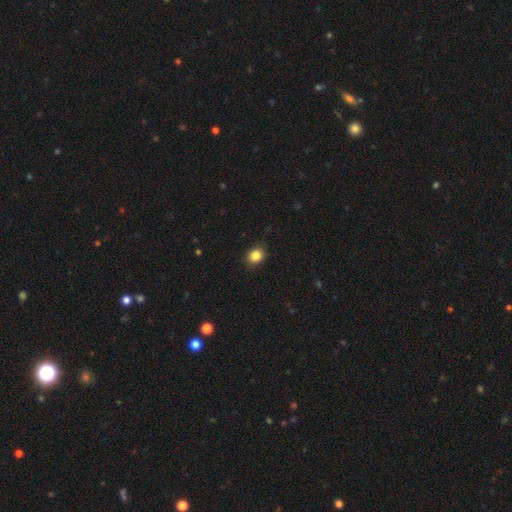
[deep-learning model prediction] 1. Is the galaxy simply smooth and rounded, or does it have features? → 85% smooth, 10% star or artifact, 5% featured or disk.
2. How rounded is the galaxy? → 62% round, 37% in between, 1% cigar-shaped.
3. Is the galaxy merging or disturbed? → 87% none, 10% minor disturbance, 2% major disturbance, 1% merger.